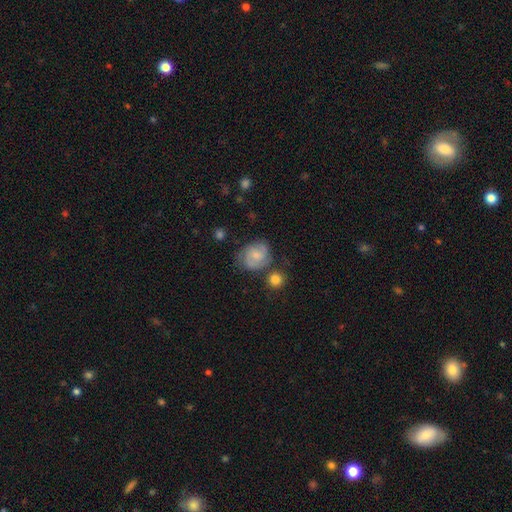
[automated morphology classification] smooth_or_featured: featured or disk (p=0.54) [alt: smooth p=0.38]
disk_edge_on: no (p=0.98) [alt: yes p=0.02]
bar: no (p=0.60) [alt: weak p=0.35]
has_spiral_arms: yes (p=0.89) [alt: no p=0.11]
bulge_size: small (p=0.50) [alt: moderate p=0.35]
merging: none (p=0.62) [alt: minor disturbance p=0.22]